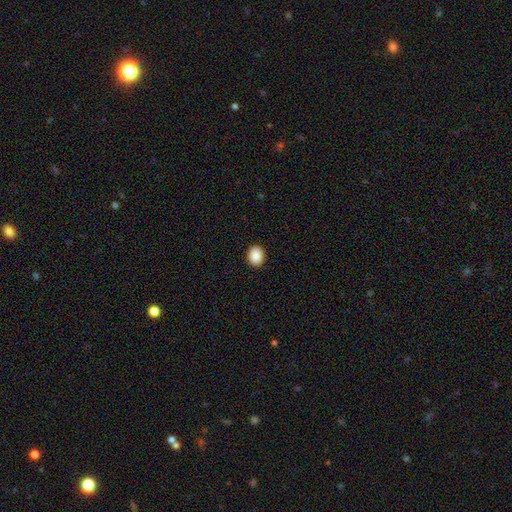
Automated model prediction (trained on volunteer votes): Q: Smooth or featured?
A: smooth (89%); runner-up: star or artifact (8%)
Q: How rounded?
A: round (60%); runner-up: in between (40%)
Q: Merging?
A: none (92%); runner-up: minor disturbance (6%)